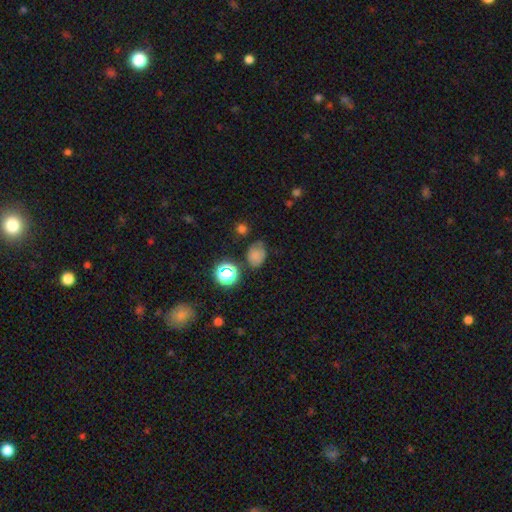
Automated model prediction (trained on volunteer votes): smooth 72%, star or artifact 20%, featured or disk 9%. Down the decision tree: how rounded — round (50%); merging — none (60%).